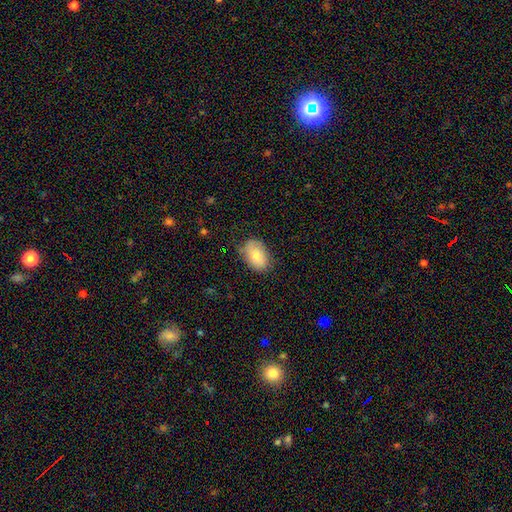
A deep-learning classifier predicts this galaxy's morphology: Smooth or featured: smooth — 76% (featured or disk — 16%)
How rounded: in between — 87% (round — 12%)
Merging: none — 73% (minor disturbance — 21%)